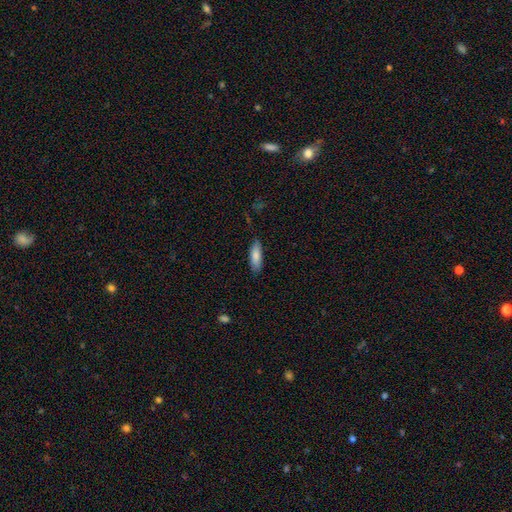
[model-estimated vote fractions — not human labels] Smooth or featured? Predicted: smooth (p=0.83). How rounded? Predicted: in between (p=0.60). Merging? Predicted: none (p=0.82).